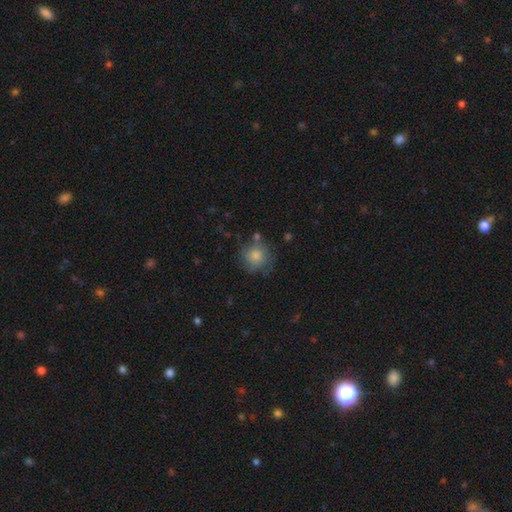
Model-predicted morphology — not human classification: Smooth or featured? Predicted: smooth (p=0.80). How rounded? Predicted: round (p=0.90). Merging? Predicted: none (p=0.67).